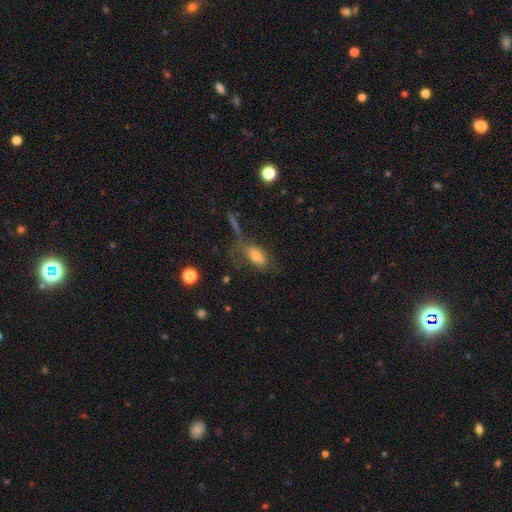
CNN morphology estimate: smooth-or-featured: smooth: 67% | featured or disk: 19% | star or artifact: 14%
  how-rounded: in between: 83% | cigar-shaped: 10% | round: 7%
  merging: none: 44% | major disturbance: 23% | minor disturbance: 22% | merger: 12%